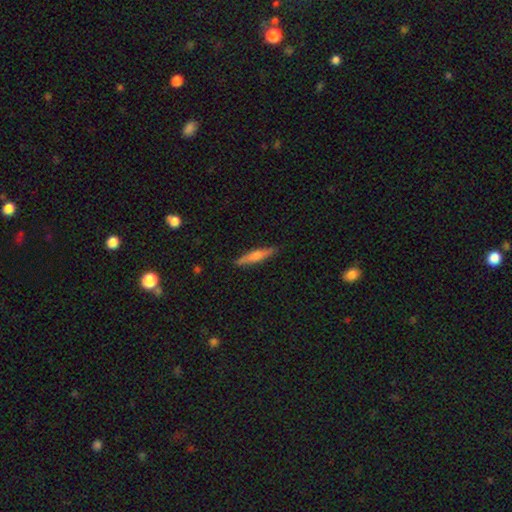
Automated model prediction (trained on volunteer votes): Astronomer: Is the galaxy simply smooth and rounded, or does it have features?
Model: smooth — 53% (runner-up: featured or disk, 41%).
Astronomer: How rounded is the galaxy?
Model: cigar-shaped — 88%.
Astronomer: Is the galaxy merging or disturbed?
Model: none — 88%.